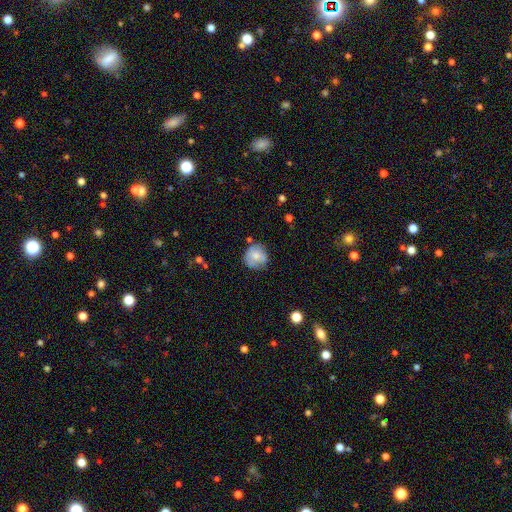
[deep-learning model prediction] This appears to be a smooth galaxy with no disk features (66%) that is round (85%). Merging: none (61%).